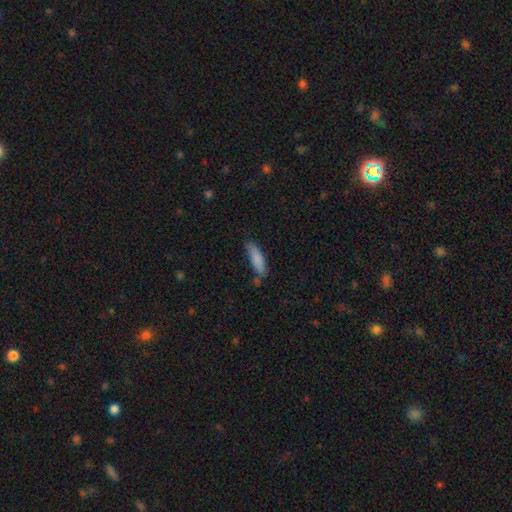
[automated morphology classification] Q: Smooth or featured?
A: smooth (85%); runner-up: featured or disk (9%)
Q: How rounded?
A: cigar-shaped (51%); runner-up: in between (47%)
Q: Merging?
A: none (70%); runner-up: minor disturbance (21%)